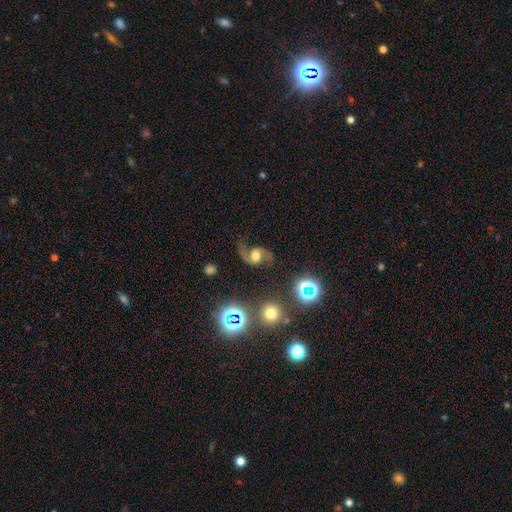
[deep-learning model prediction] Smooth or featured? Predicted: featured or disk (p=0.80). Edge-on disk? Predicted: no (p=0.97). Bar? Predicted: no (p=0.55). Spiral arms? Predicted: yes (p=0.95). Spiral winding? Predicted: loose (p=0.69). Spiral arm count? Predicted: 2 (p=0.92). Bulge size? Predicted: moderate (p=0.53). Merging? Predicted: none (p=0.71).